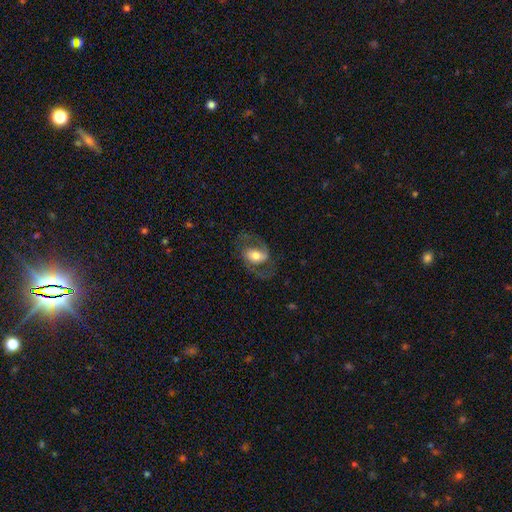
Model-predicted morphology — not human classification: Smooth or featured? featured or disk (68%)
Edge-on disk? no (96%)
Bar? weak (40%)
Spiral arms? yes (86%)
Spiral winding? medium (54%)
Spiral arm count? 2 (88%)
Bulge size? moderate (55%)
Merging? none (67%)